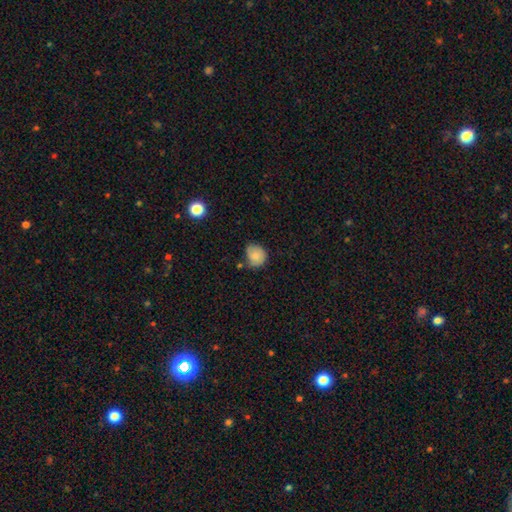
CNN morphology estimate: Smooth or featured: smooth — 77% (featured or disk — 14%)
How rounded: round — 70% (in between — 29%)
Merging: none — 55% (minor disturbance — 32%)